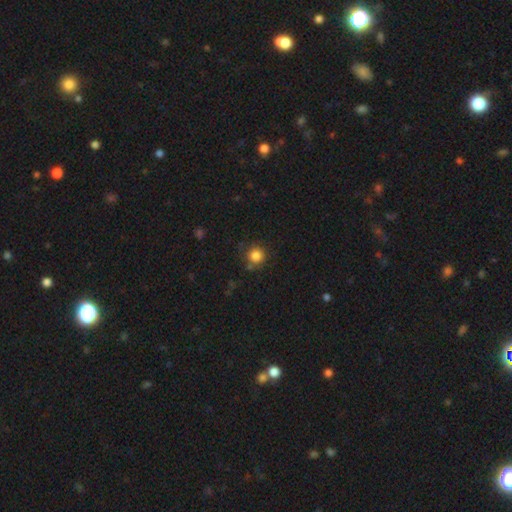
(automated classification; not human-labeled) smooth 83%, star or artifact 11%, featured or disk 5%. Down the decision tree: how rounded — round (94%); merging — none (80%).